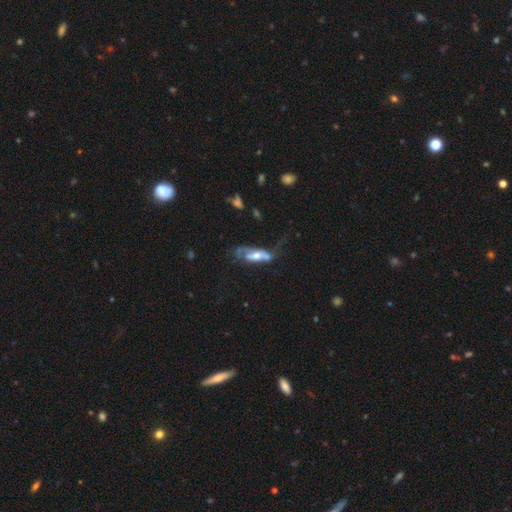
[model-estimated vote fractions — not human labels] featured or disk 57%, smooth 36%, star or artifact 7%. Down the decision tree: edge-on disk — no (67%); merging — major disturbance (40%).